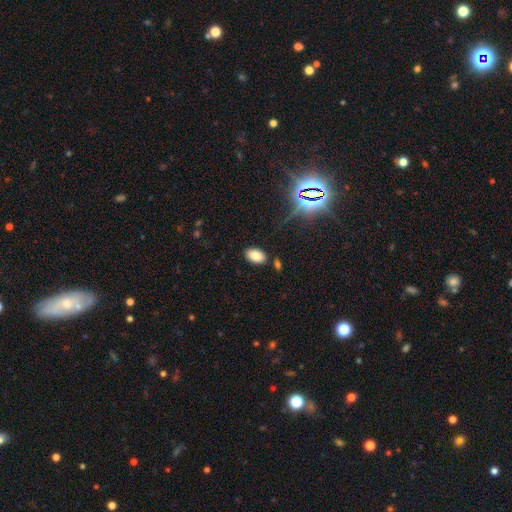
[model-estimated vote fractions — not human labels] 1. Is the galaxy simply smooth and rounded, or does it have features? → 81% smooth, 12% star or artifact, 7% featured or disk.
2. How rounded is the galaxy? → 92% in between, 6% round, 1% cigar-shaped.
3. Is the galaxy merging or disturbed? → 84% none, 10% minor disturbance, 4% merger, 3% major disturbance.